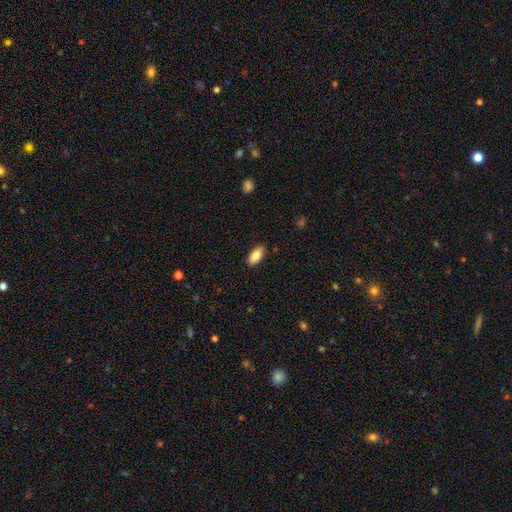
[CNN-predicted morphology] This appears to be a smooth galaxy with no disk features (86%) that is in between round and cigar-shaped (89%). Merging: none (87%).